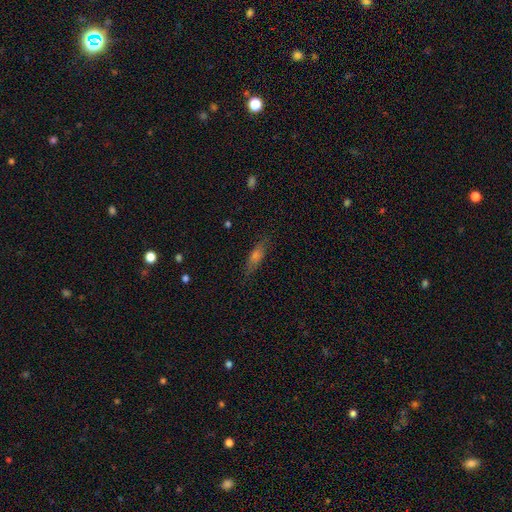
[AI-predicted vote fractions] Smooth or featured: smooth — 48% (featured or disk — 35%)
Merging: none — 81% (minor disturbance — 14%)